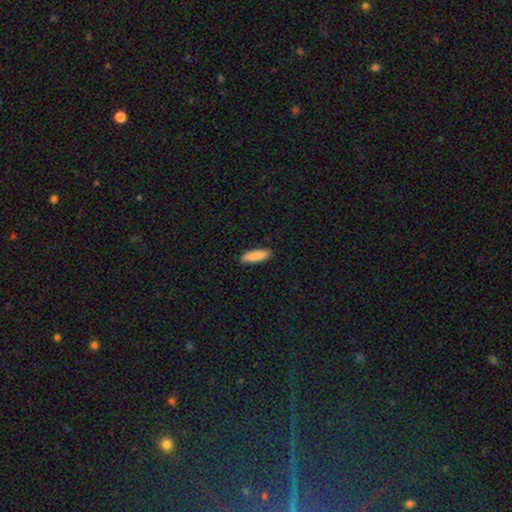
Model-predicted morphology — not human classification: Smooth or featured: smooth — 89% (star or artifact — 6%)
How rounded: cigar-shaped — 51% (in between — 48%)
Merging: none — 90% (minor disturbance — 8%)